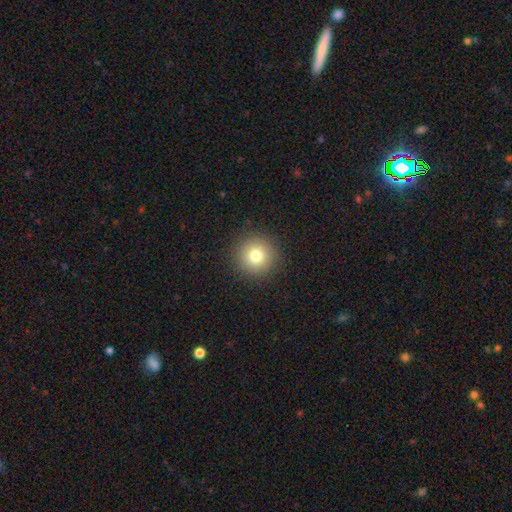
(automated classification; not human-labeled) A smooth galaxy with no disk features (78%) that is round (95%). Merging: none (91%).